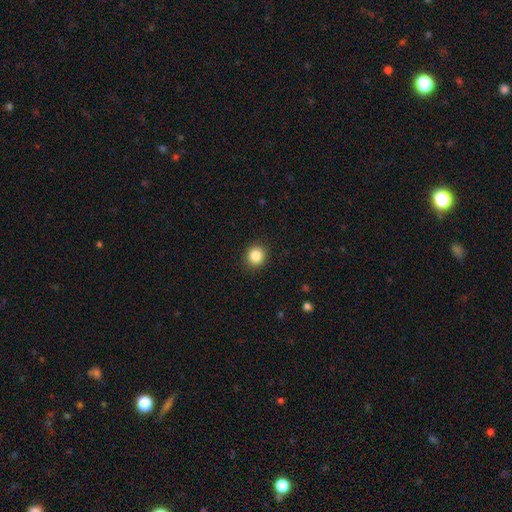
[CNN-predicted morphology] Q: Smooth or featured?
A: smooth (85%); runner-up: star or artifact (10%)
Q: How rounded?
A: round (87%); runner-up: in between (12%)
Q: Merging?
A: none (91%); runner-up: minor disturbance (6%)